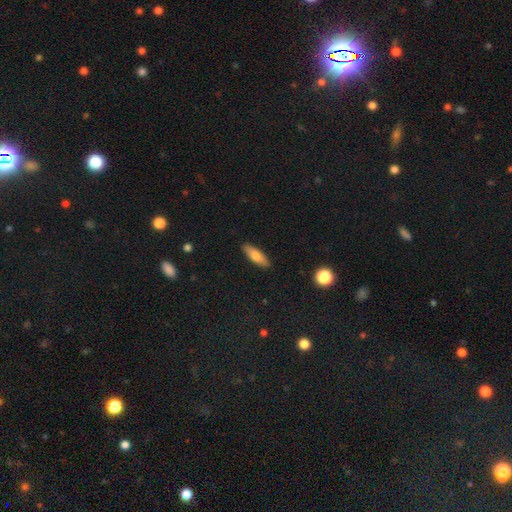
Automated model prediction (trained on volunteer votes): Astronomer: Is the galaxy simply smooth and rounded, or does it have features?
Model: smooth — 75%.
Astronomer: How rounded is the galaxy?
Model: cigar-shaped — 51% (runner-up: in between, 47%).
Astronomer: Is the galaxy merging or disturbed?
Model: none — 89%.